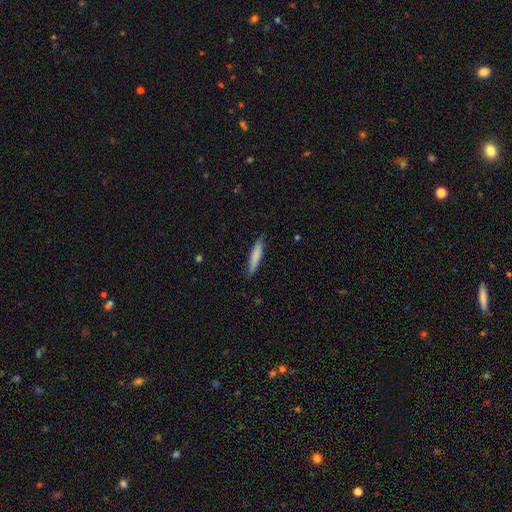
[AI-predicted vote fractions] smooth-or-featured: smooth: 78% | featured or disk: 16% | star or artifact: 6%
  how-rounded: cigar-shaped: 90% | in between: 9% | round: 1%
  merging: none: 86% | minor disturbance: 11% | major disturbance: 2% | merger: 1%